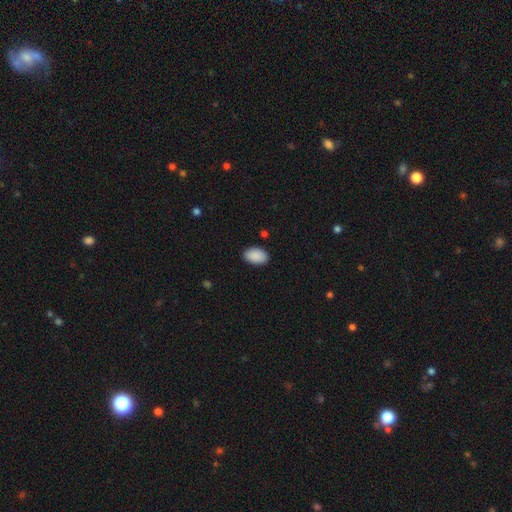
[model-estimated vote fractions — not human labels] The model was most divided on "merging": none: 88%, minor disturbance: 9%, major disturbance: 2%, merger: 1%. More confident: how rounded — in between (92%); smooth or featured — smooth (91%).